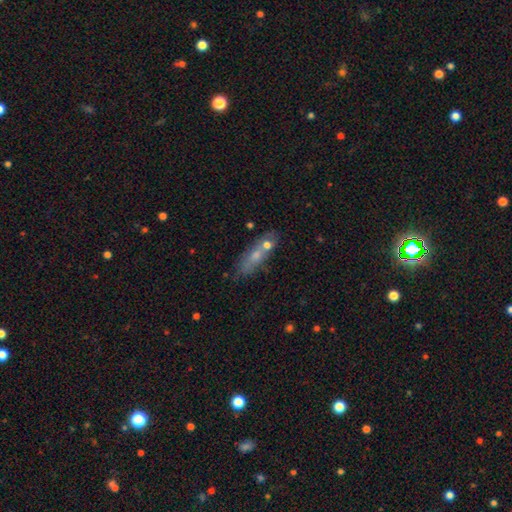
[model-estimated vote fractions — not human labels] Morphology: type=smooth (57%); roundness=in between (48%); merging=none (50%).